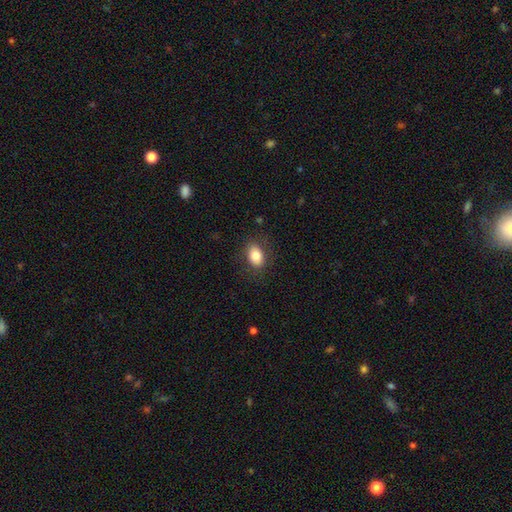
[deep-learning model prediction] This appears to be a smooth galaxy with no disk features (82%) that is in between round and cigar-shaped (79%). Merging: none (84%).